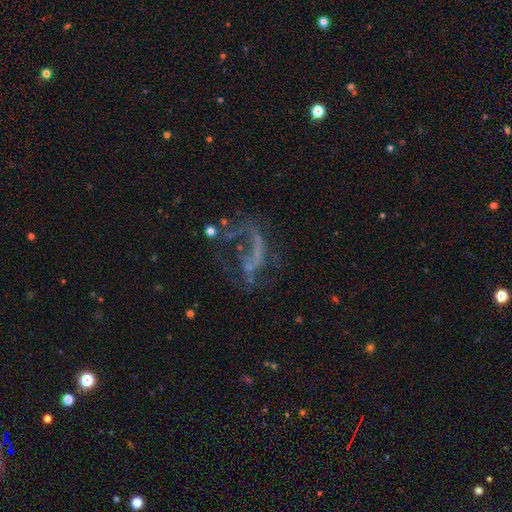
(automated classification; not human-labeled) This is likely a featured or disk galaxy (60%). It is clearly not viewed edge-on (95%). Bar: likely no (67%). Spiral arm pattern: likely no (66%). Central bulge: likely none (79%). Merging: possibly major disturbance (49%).